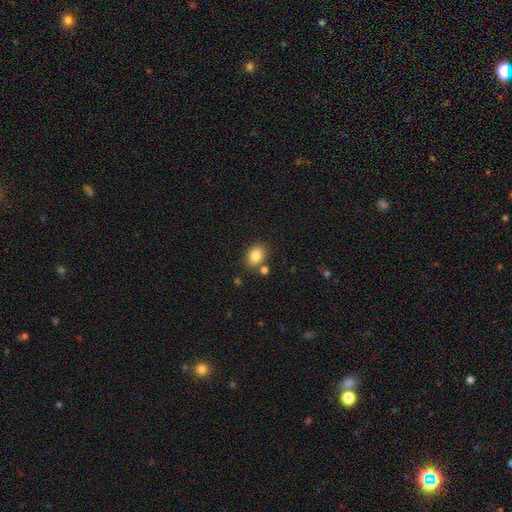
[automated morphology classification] type=smooth (85%); roundness=in between (64%); merging=none (75%).